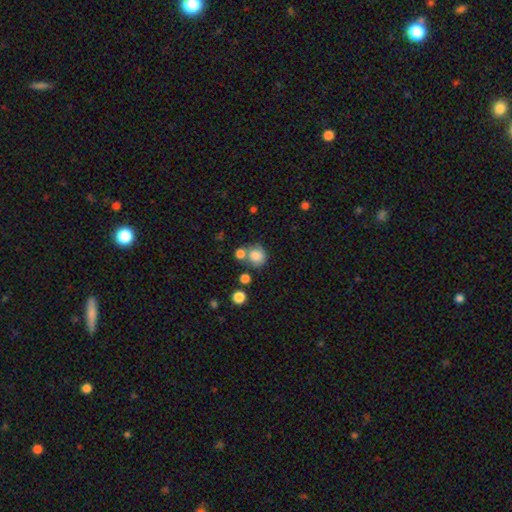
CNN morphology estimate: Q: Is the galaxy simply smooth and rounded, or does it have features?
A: smooth — 82%.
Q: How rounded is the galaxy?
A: round — 85%.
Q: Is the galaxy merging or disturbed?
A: none — 56%.